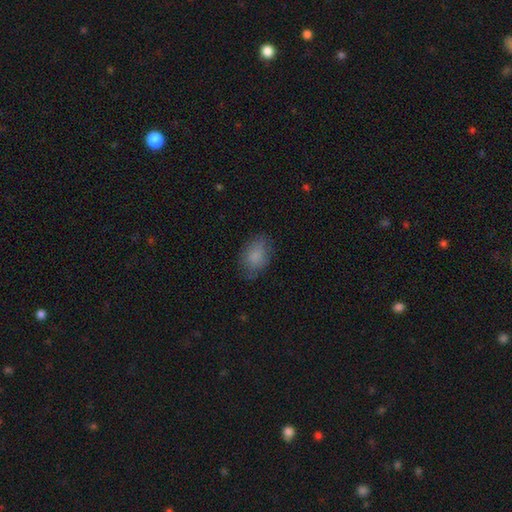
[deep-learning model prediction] The model was most divided on "merging": none: 72%, minor disturbance: 21%, major disturbance: 6%, merger: 1%. More confident: smooth or featured — smooth (84%); how rounded — in between (80%).